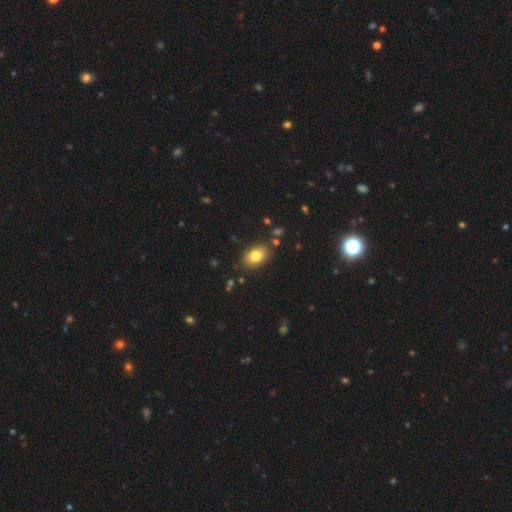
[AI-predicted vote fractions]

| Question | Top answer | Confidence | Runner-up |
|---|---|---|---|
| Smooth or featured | smooth | 81% | featured or disk (10%) |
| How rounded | in between | 81% | round (18%) |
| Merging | none | 85% | minor disturbance (10%) |